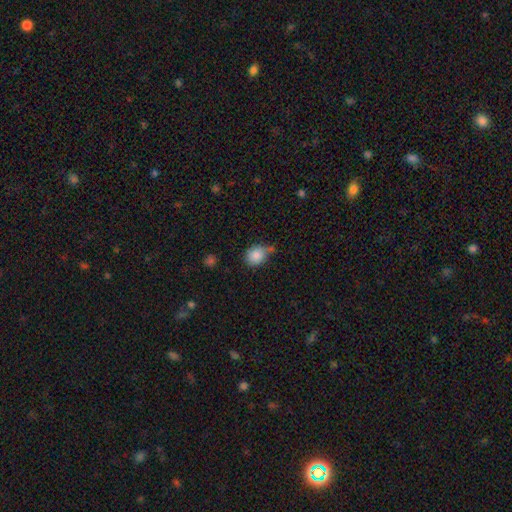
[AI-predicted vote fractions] A smooth galaxy with no disk features (85%) that is round (60%). Merging: none (50%).